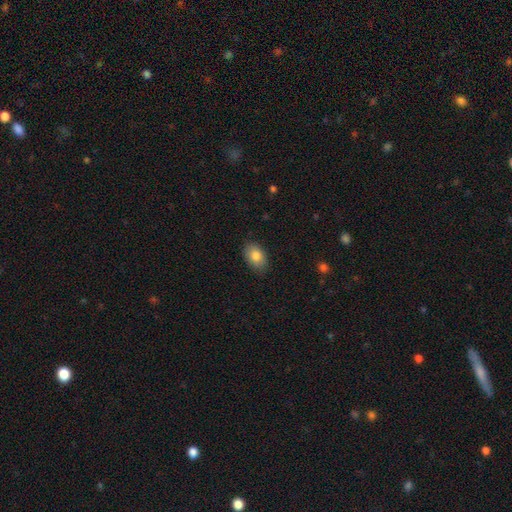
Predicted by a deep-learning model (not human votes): Q: Smooth or featured?
A: smooth (83%); runner-up: featured or disk (10%)
Q: How rounded?
A: in between (86%); runner-up: round (12%)
Q: Merging?
A: none (85%); runner-up: minor disturbance (12%)